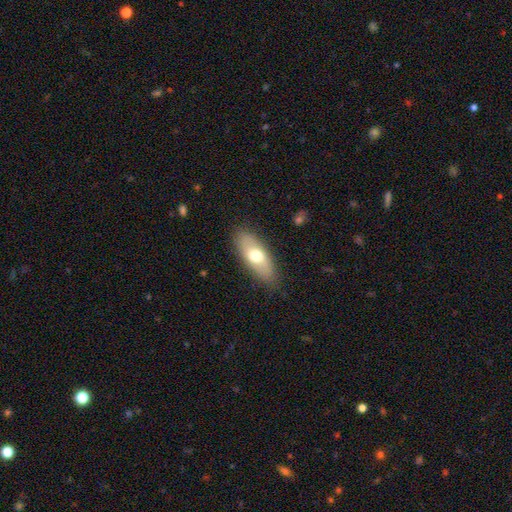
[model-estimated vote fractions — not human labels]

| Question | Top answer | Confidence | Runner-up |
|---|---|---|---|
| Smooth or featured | smooth | 65% | featured or disk (29%) |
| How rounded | in between | 76% | cigar-shaped (21%) |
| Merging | none | 85% | minor disturbance (11%) |